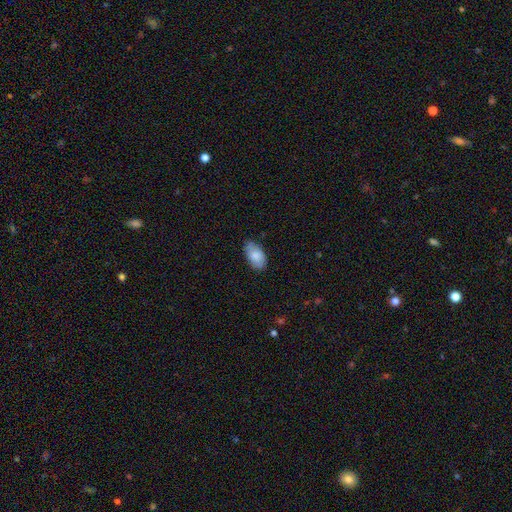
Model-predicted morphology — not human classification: This is clearly a smooth galaxy (83%). How rounded: clearly in between (94%). Merging: likely none (77%).